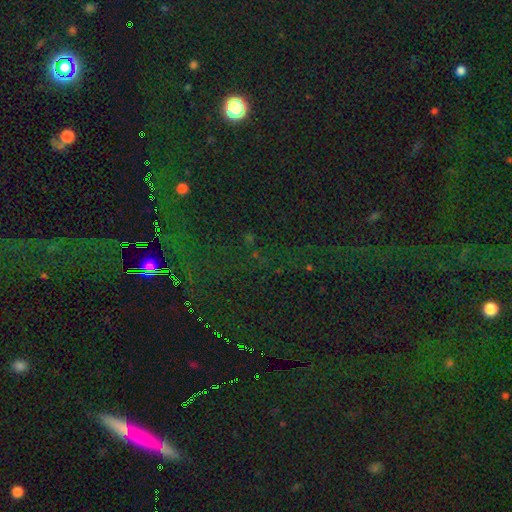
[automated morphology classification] smooth_or_featured: star or artifact (p=0.79) [alt: smooth p=0.13]